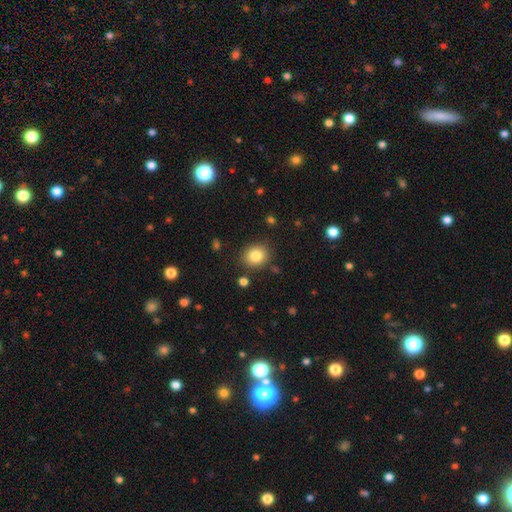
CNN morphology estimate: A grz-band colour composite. It shows a smooth galaxy with no disk features (83%) that is round (72%). Merging: none (86%).